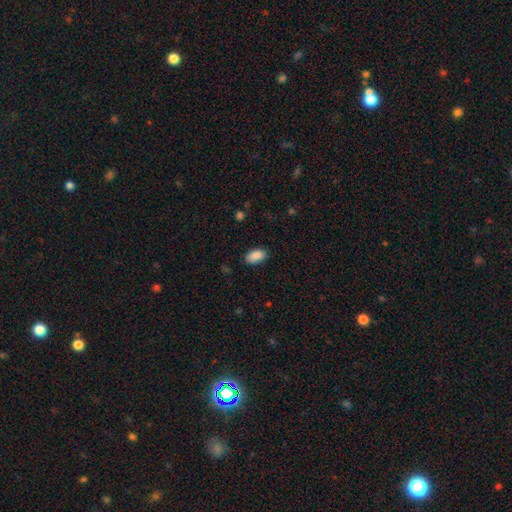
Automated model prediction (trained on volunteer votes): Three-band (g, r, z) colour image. It shows a smooth galaxy with no disk features (89%) that is in between round and cigar-shaped (94%). Merging: none (83%).